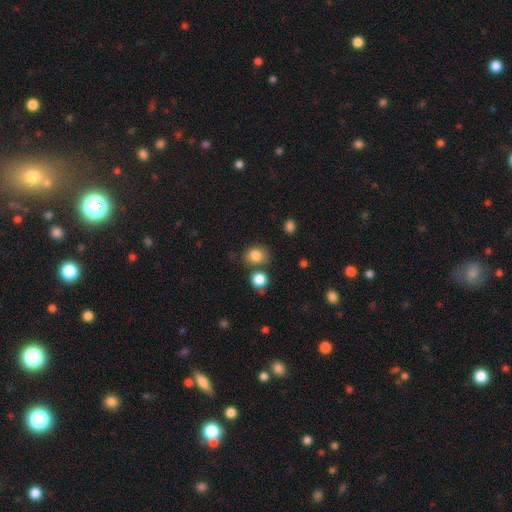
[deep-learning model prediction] The model was most divided on "how rounded": round: 62%, in between: 37%, cigar-shaped: 1%. More confident: smooth or featured — smooth (83%); merging — none (69%).